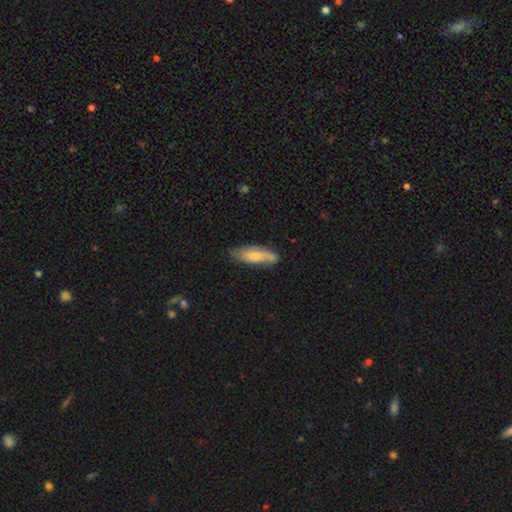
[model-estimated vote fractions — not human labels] This is likely a smooth galaxy (72%). How rounded: possibly in between (50%). Merging: likely none (69%).